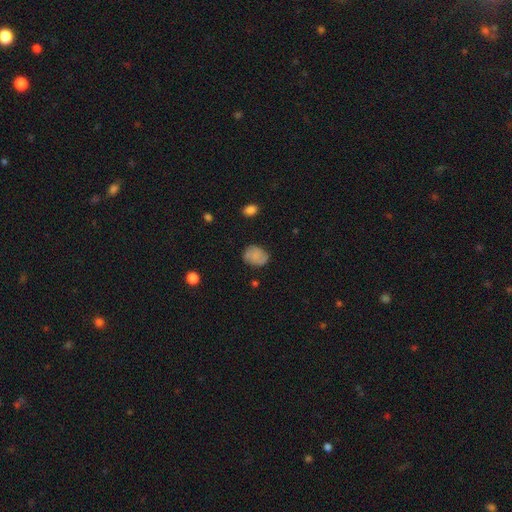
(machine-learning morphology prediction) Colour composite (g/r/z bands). It shows a smooth galaxy with no disk features (63%) that is in between round and cigar-shaped (59%). Merging: none (71%).